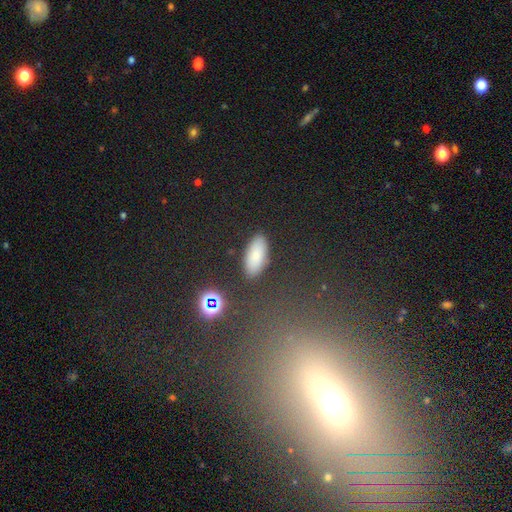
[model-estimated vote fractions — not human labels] Smooth or featured? Predicted: smooth (p=0.79). How rounded? Predicted: in between (p=0.87). Merging? Predicted: none (p=0.86).